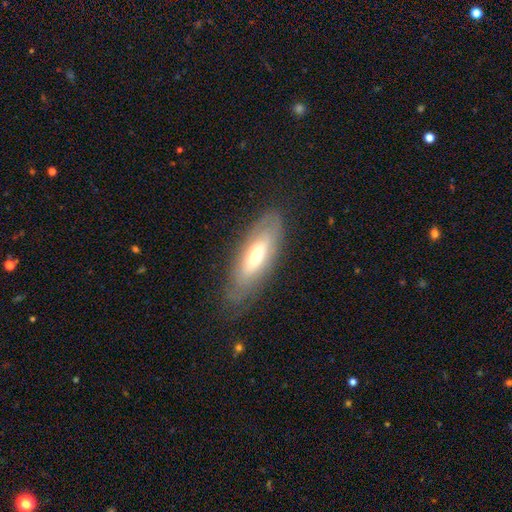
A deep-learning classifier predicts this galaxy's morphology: smooth_or_featured: featured or disk (p=0.47) [alt: smooth p=0.46]
merging: none (p=0.75) [alt: minor disturbance p=0.17]